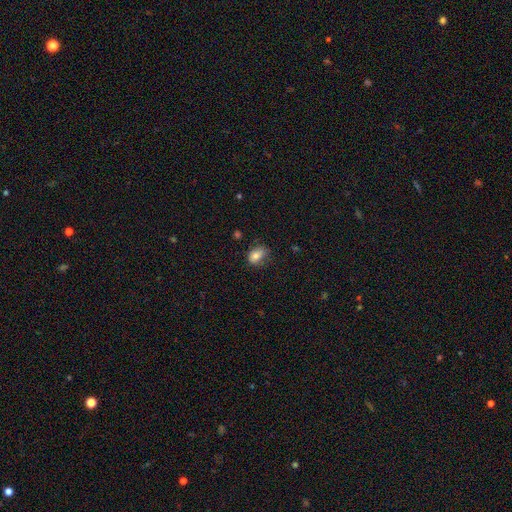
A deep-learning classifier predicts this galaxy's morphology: Smooth or featured?
  - smooth: 78% *
  - featured or disk: 12%
  - star or artifact: 10%
How rounded?
  - in between: 75% *
  - round: 23%
  - cigar-shaped: 2%
Merging?
  - none: 61% *
  - minor disturbance: 28%
  - major disturbance: 8%
  - merger: 2%